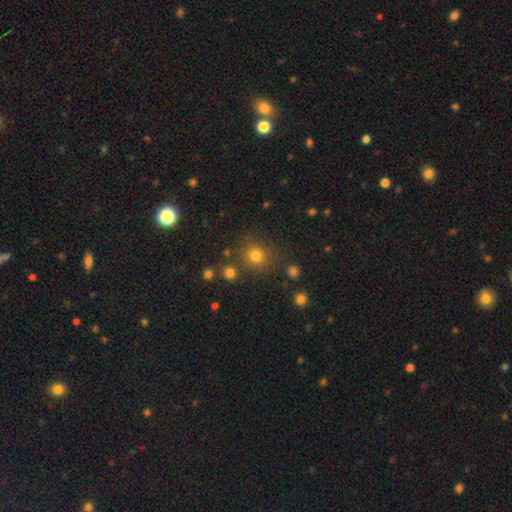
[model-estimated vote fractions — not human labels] This is likely a smooth galaxy (78%). How rounded: clearly round (89%). Merging: clearly none (82%).